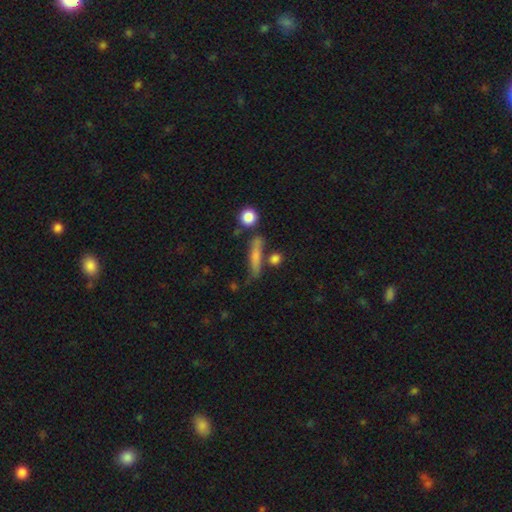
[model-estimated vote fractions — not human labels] This appears to be a smooth galaxy with no disk features (66%) that is cigar-shaped (80%). Merging: none (68%).